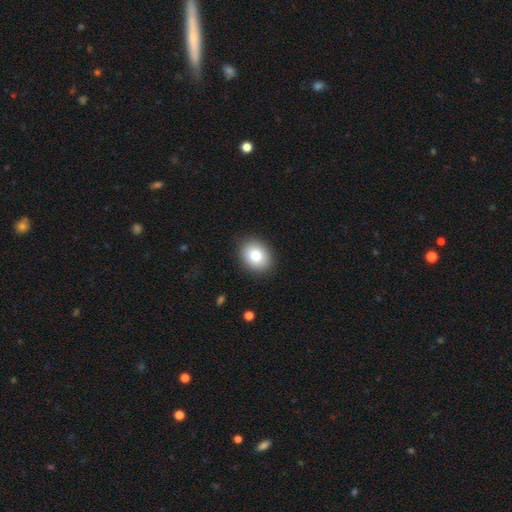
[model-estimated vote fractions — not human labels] This is clearly a smooth galaxy (80%). How rounded: possibly in between (53%). Merging: clearly none (88%).